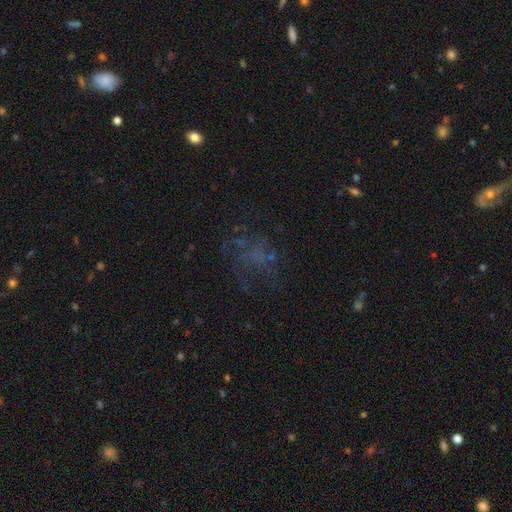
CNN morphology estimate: Smooth or featured? Predicted: featured or disk (p=0.36). Merging? Predicted: none (p=0.54).